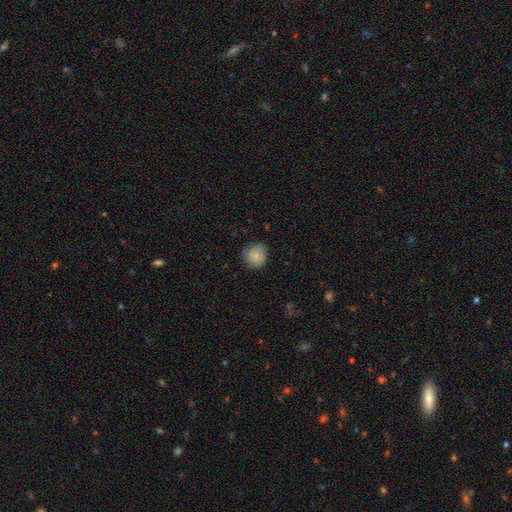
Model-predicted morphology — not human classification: This is clearly a smooth galaxy (81%). How rounded: clearly round (86%). Merging: likely none (76%).